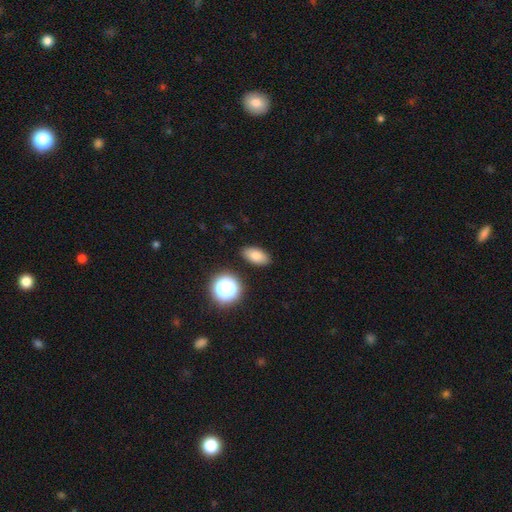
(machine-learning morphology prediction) Smooth or featured?
  - smooth: 78% *
  - star or artifact: 12%
  - featured or disk: 10%
How rounded?
  - in between: 88% *
  - round: 9%
  - cigar-shaped: 3%
Merging?
  - none: 87% *
  - minor disturbance: 8%
  - major disturbance: 2%
  - merger: 2%